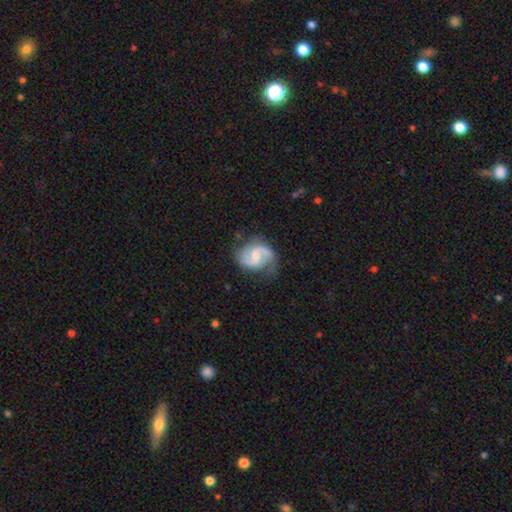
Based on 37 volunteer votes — Smooth or featured: featured or disk — 86% (smooth — 8%)
Edge-on disk: no — 97% (yes — 3%)
Bar: weak — 52% (no — 39%)
Spiral arms: yes — 97% (no — 3%)
Spiral winding: medium — 60% (loose — 30%)
Spiral arm count: 2 — 100%
Bulge size: moderate — 77% (small — 16%)
Merging: none — 66% (minor disturbance — 26%)